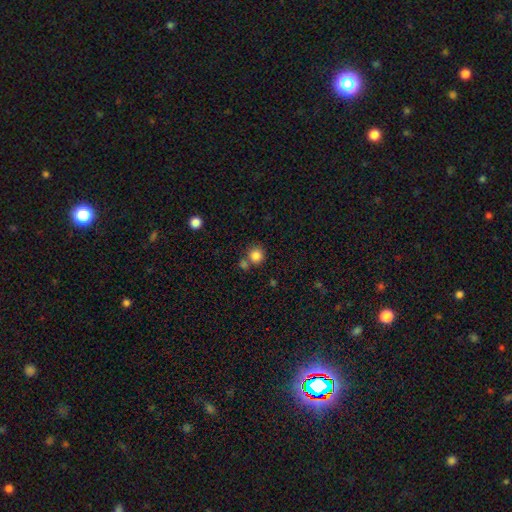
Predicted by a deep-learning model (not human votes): Overall: smooth (84%). How rounded: round (91%). Merging: none (66%).